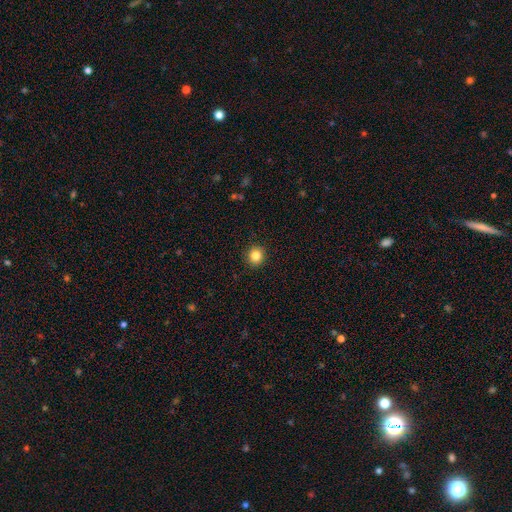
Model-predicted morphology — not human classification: Q: Smooth or featured?
A: smooth (84%); runner-up: star or artifact (11%)
Q: How rounded?
A: round (90%); runner-up: in between (9%)
Q: Merging?
A: none (92%); runner-up: minor disturbance (5%)